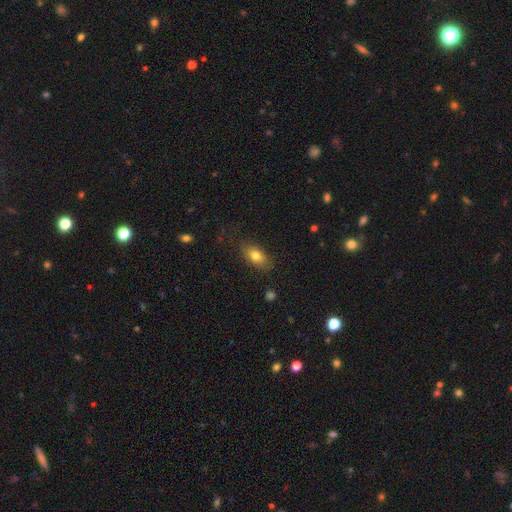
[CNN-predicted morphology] Overall: smooth (78%). How rounded: in between (84%). Merging: none (78%).